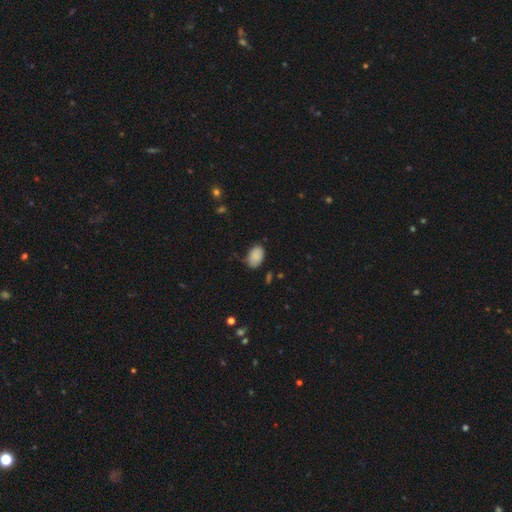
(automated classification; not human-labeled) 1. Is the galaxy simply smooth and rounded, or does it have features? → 86% smooth, 8% star or artifact, 6% featured or disk.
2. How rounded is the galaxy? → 89% in between, 10% round, 1% cigar-shaped.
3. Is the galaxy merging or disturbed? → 67% none, 26% minor disturbance, 5% major disturbance, 2% merger.